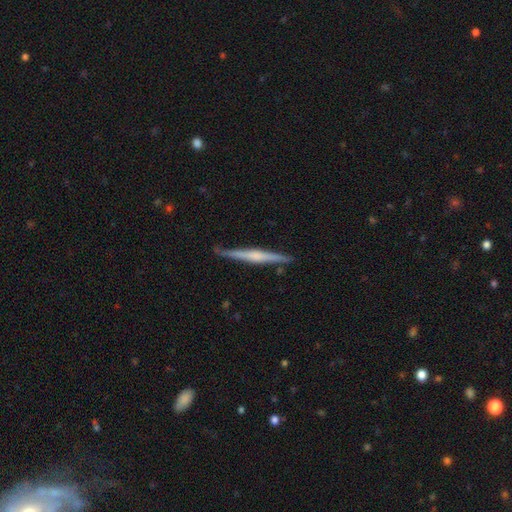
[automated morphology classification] Smooth or featured: featured or disk — 68% (smooth — 27%)
Edge-on disk: yes — 98% (no — 2%)
Edge-on bulge: rounded — 52% (none — 30%)
Merging: none — 86% (minor disturbance — 11%)